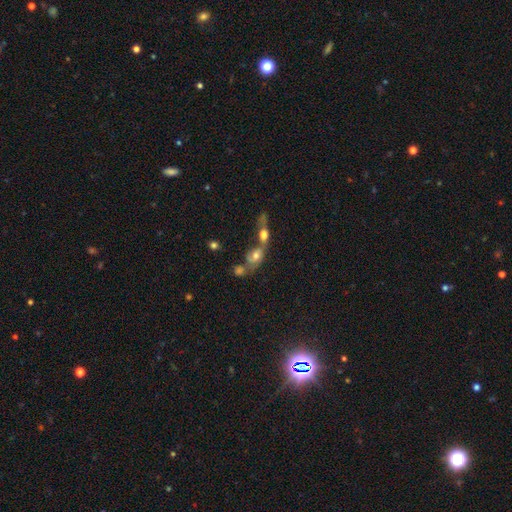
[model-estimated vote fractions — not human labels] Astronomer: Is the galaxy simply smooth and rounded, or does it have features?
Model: smooth — 55% (runner-up: featured or disk, 32%).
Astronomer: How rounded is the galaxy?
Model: in between — 65%.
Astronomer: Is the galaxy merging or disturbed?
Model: merger — 68%.